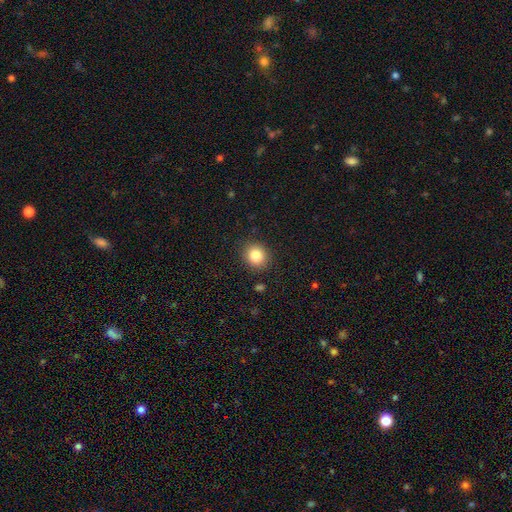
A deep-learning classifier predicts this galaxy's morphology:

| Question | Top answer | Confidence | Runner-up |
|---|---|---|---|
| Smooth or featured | smooth | 83% | star or artifact (11%) |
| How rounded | round | 80% | in between (19%) |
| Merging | none | 89% | minor disturbance (8%) |